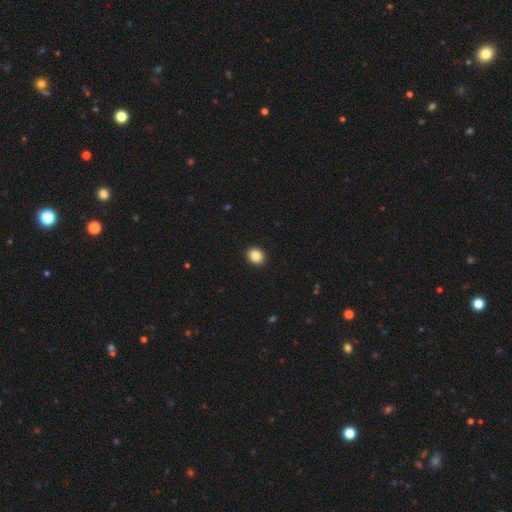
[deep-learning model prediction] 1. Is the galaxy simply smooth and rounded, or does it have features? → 87% smooth, 9% star or artifact, 4% featured or disk.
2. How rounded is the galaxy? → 62% round, 37% in between, 1% cigar-shaped.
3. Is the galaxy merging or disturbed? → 92% none, 5% minor disturbance, 2% major disturbance, 1% merger.